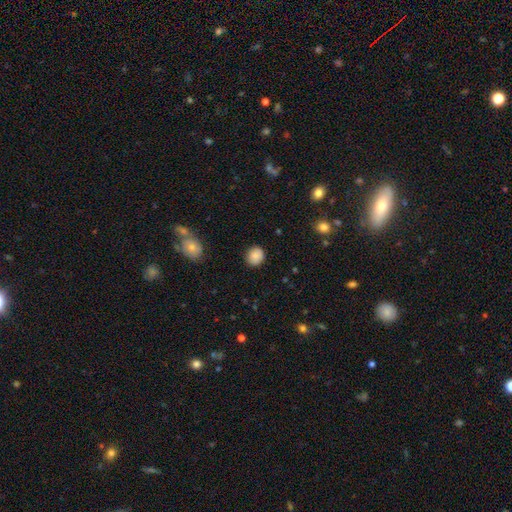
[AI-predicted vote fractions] smooth 86%, star or artifact 9%, featured or disk 5%. Down the decision tree: how rounded — round (78%); merging — none (88%).